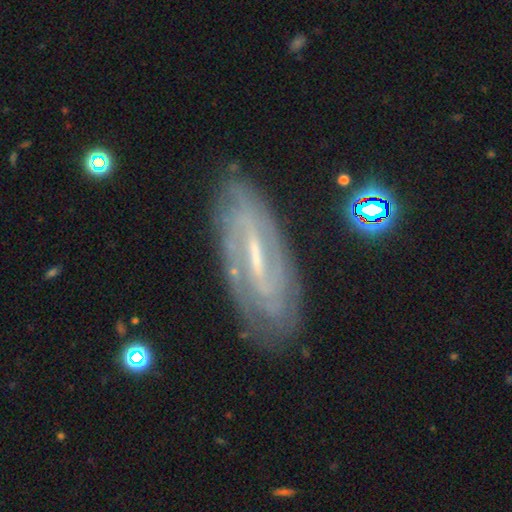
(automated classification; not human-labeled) Morphology: type=featured or disk (80%); edge-on=no (85%); bar=strong (56%); spiral arms=yes (87%); winding=tight (55%); arm count=2 (49%); bulge=small (52%); merging=none (79%).